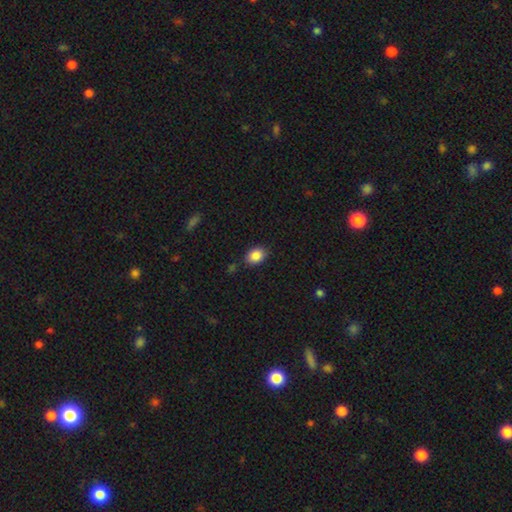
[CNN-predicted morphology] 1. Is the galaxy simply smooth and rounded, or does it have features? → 87% smooth, 8% star or artifact, 5% featured or disk.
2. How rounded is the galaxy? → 74% in between, 25% round, 1% cigar-shaped.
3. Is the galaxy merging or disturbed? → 82% none, 13% minor disturbance, 3% major disturbance, 2% merger.